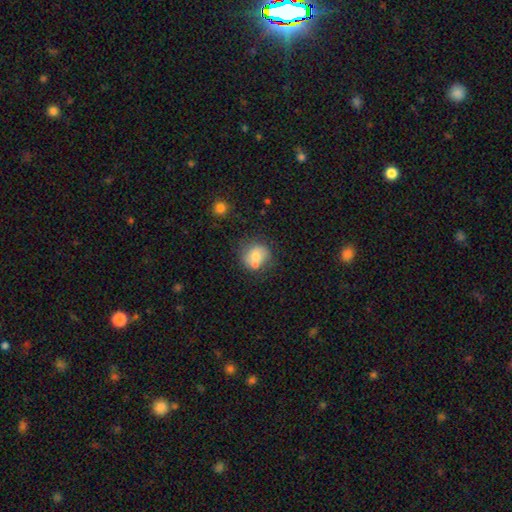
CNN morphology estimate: This is likely a smooth galaxy (69%). How rounded: likely round (74%). Merging: possibly none (46%).